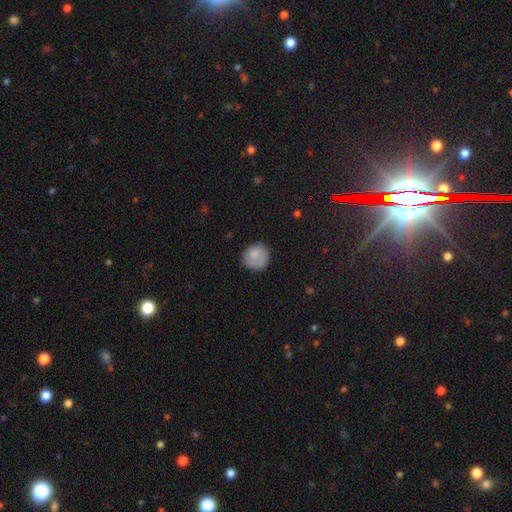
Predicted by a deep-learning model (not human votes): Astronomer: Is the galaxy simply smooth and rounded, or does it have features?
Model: smooth — 79%.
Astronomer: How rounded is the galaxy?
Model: round — 87%.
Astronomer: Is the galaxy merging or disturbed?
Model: none — 71%.